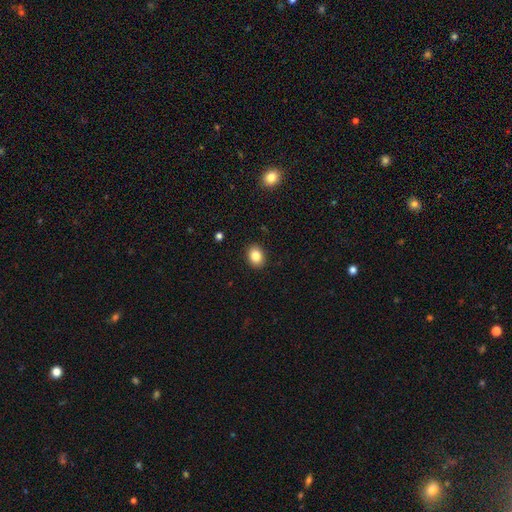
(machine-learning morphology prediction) smooth-or-featured: smooth: 84% | star or artifact: 10% | featured or disk: 6%
  how-rounded: in between: 53% | round: 46% | cigar-shaped: 1%
  merging: none: 90% | minor disturbance: 7% | major disturbance: 2% | merger: 1%